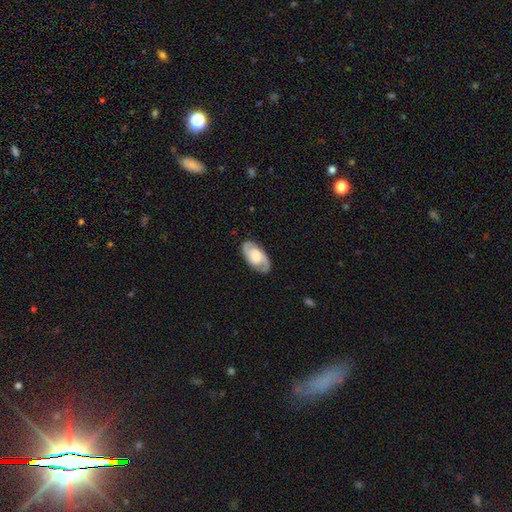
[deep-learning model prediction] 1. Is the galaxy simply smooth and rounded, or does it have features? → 76% featured or disk, 19% smooth, 5% star or artifact.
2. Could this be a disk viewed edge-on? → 95% no, 5% yes.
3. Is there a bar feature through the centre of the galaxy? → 52% no, 38% weak, 10% strong.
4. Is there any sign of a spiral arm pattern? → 94% yes, 6% no.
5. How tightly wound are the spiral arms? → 47% medium, 38% tight, 15% loose.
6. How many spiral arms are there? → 89% 2, 6% can't tell, 2% 1, 1% 3, 1% 4, 1% more than 4.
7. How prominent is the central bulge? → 49% moderate, 28% small, 14% large, 6% none, 2% dominant.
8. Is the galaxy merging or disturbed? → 85% none, 11% minor disturbance, 3% major disturbance, 1% merger.